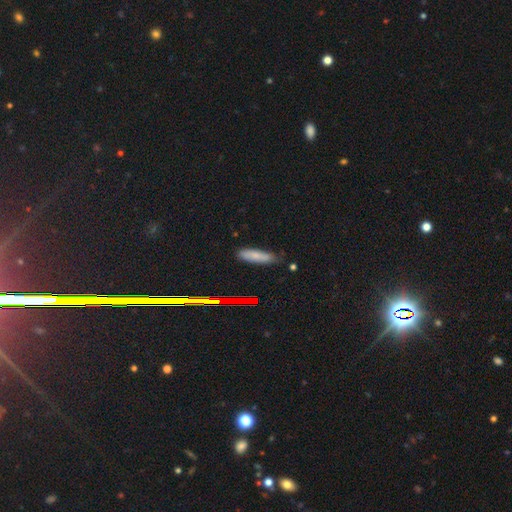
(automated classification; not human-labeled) This is likely a smooth galaxy (71%). How rounded: possibly cigar-shaped (58%). Merging: likely none (73%).